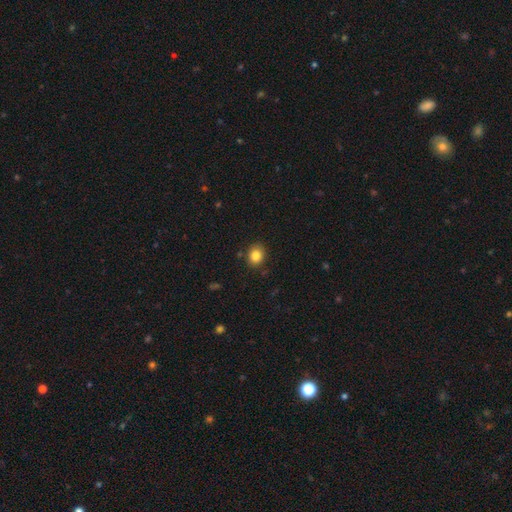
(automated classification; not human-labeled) Smooth or featured: smooth — 84% (star or artifact — 10%)
How rounded: round — 62% (in between — 37%)
Merging: none — 86% (minor disturbance — 10%)